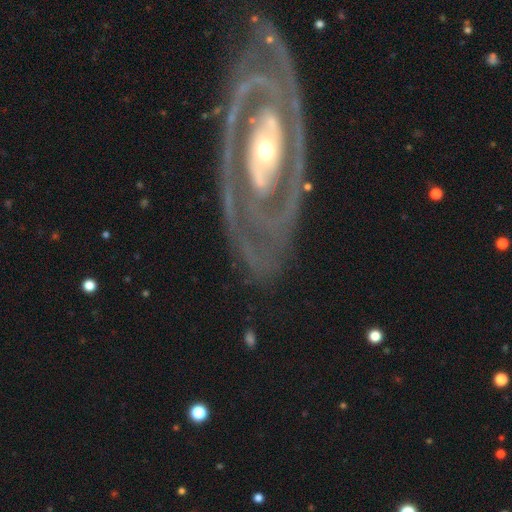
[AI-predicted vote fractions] The model was most divided on "bulge size": moderate: 50%, small: 39%, large: 8%, dominant: 2%, none: 1%. More confident: edge-on disk — no (93%); smooth or featured — featured or disk (88%); spiral arms — yes (82%); merging — none (80%); spiral winding — tight (66%); bar — no (60%); spiral arm count — 2 (59%).